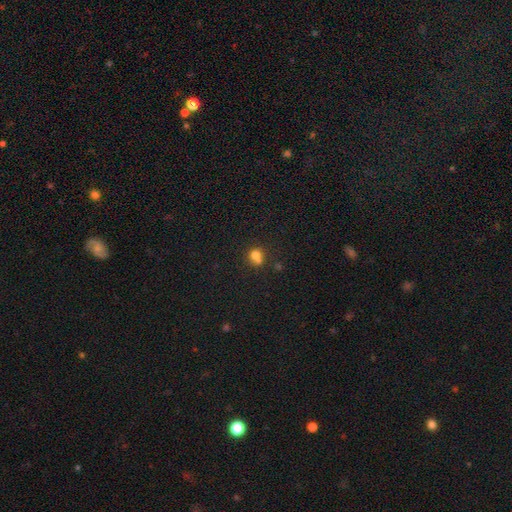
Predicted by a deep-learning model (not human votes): Smooth or featured? smooth (73%)
How rounded? round (74%)
Merging? merger (42%)